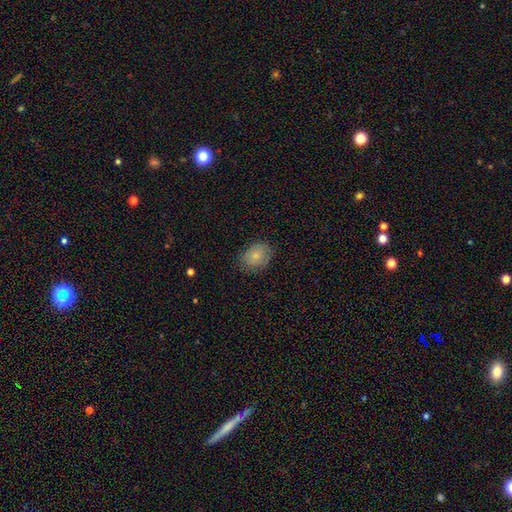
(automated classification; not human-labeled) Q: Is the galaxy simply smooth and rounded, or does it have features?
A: smooth — 80%.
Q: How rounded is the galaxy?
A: in between — 69%.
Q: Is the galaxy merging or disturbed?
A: none — 79%.